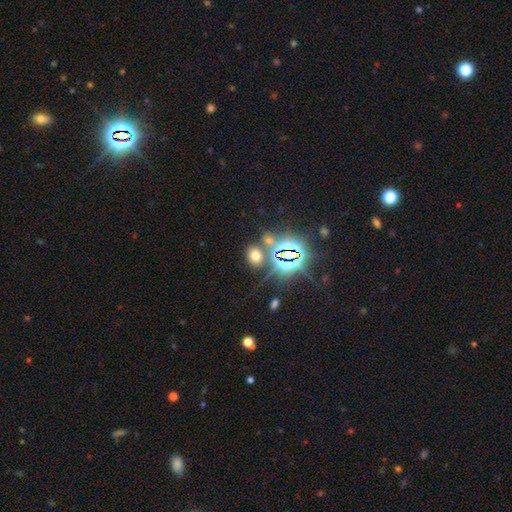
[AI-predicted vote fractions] Overall: smooth (51%; star or artifact 39%). How rounded: in between (61%; round 37%). Merging: none (75%).